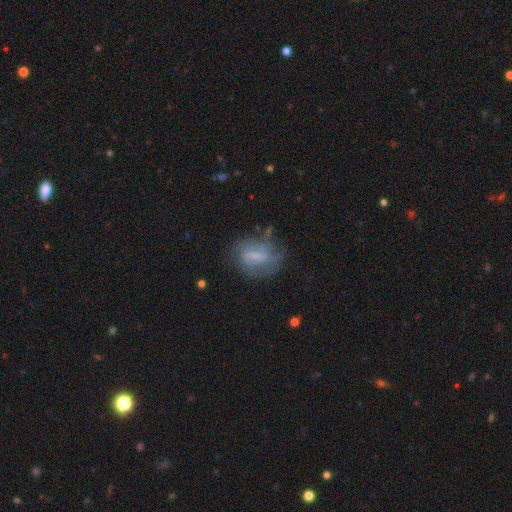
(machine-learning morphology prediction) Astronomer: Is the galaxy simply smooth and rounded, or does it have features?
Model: featured or disk — 59%.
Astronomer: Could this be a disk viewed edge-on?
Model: no — 95%.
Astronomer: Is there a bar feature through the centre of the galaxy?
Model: weak — 47% (runner-up: strong, 29%).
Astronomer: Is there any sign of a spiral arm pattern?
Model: yes — 66%.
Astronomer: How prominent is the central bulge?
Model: none — 38% (runner-up: small, 35%).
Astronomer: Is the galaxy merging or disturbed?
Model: none — 56%.